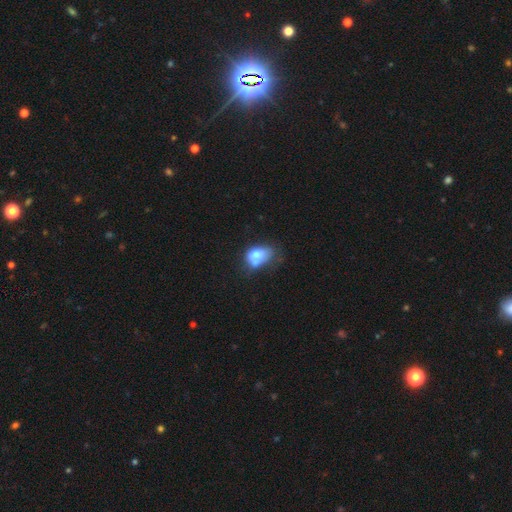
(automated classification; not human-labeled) This appears to be a smooth galaxy with no disk features (67%) that is in between round and cigar-shaped (77%). Merging: merger (30%).